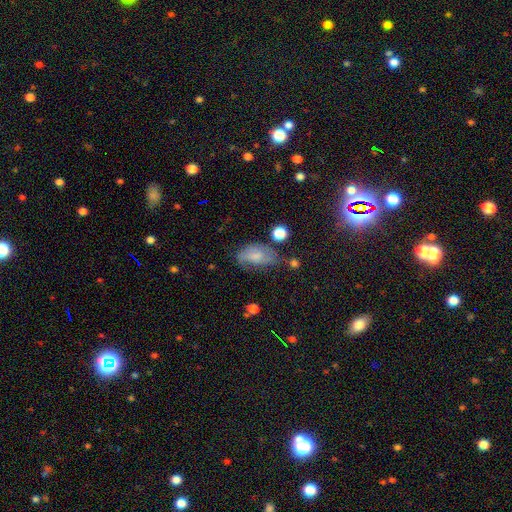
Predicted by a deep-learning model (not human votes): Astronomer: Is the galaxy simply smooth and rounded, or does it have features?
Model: smooth — 62%.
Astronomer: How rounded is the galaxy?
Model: in between — 89%.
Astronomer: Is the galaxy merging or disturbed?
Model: none — 41% (runner-up: minor disturbance, 36%).